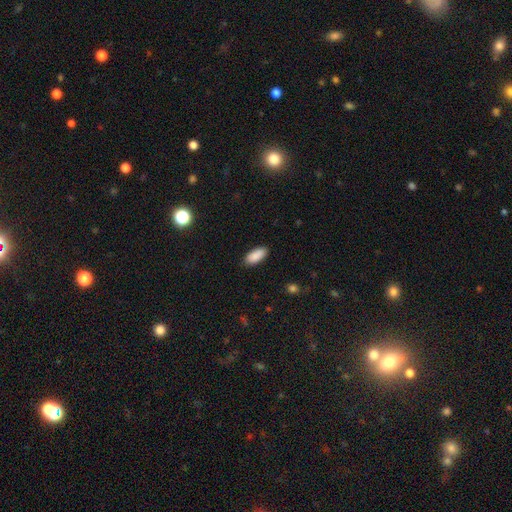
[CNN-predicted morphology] This is clearly a smooth galaxy (89%). How rounded: clearly in between (88%). Merging: clearly none (87%).